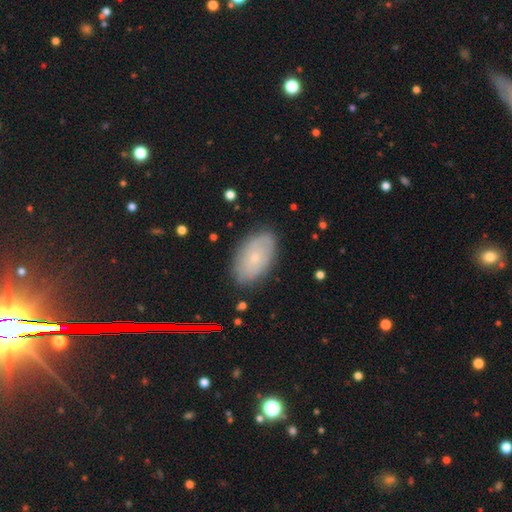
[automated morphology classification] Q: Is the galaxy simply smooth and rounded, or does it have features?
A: smooth — 56%.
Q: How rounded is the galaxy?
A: in between — 93%.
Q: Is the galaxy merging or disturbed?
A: none — 82%.